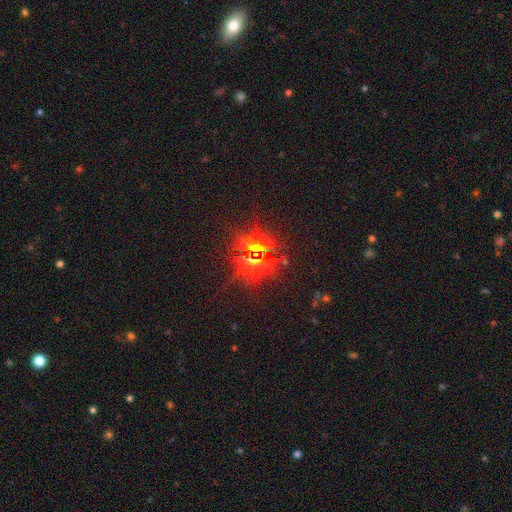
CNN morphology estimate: Smooth or featured? star or artifact (82%)